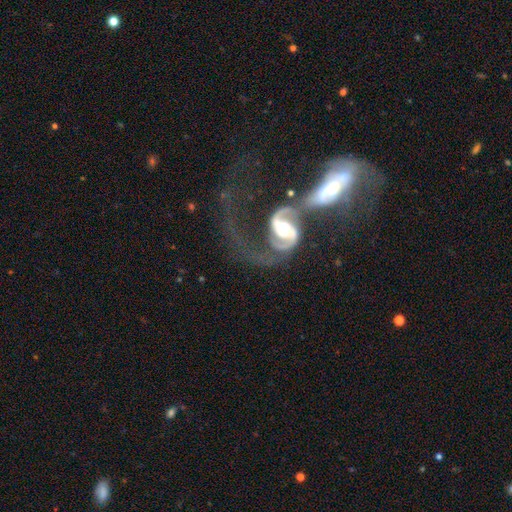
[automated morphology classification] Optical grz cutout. It shows a featured or disk galaxy (76%) with no bar (50%), 1 (44%) loose (61%) spiral arms (75%) and a moderate central bulge (51%). Merging: merger (72%).